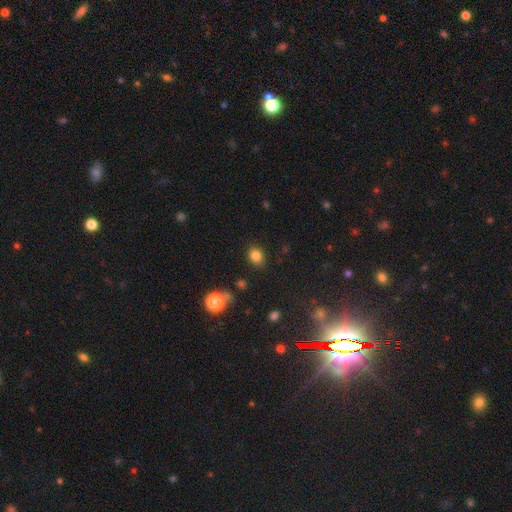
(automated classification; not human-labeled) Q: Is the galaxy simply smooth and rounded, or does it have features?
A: smooth — 82%.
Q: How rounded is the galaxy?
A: round — 57%.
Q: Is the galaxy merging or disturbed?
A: none — 82%.